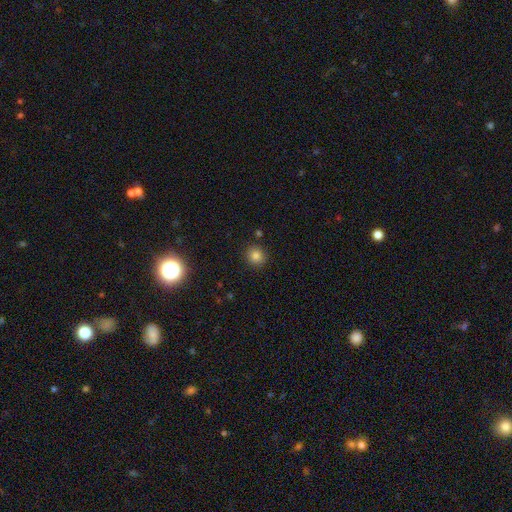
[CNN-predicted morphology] A smooth galaxy with no disk features (82%) that is round (89%).

Vote fractions:
- Smooth or featured? smooth: 82% / star or artifact: 12% / featured or disk: 6%
- How rounded? round: 89% / in between: 10% / cigar-shaped: 1%
- Merging? none: 88% / minor disturbance: 7% / merger: 2% / major disturbance: 2%